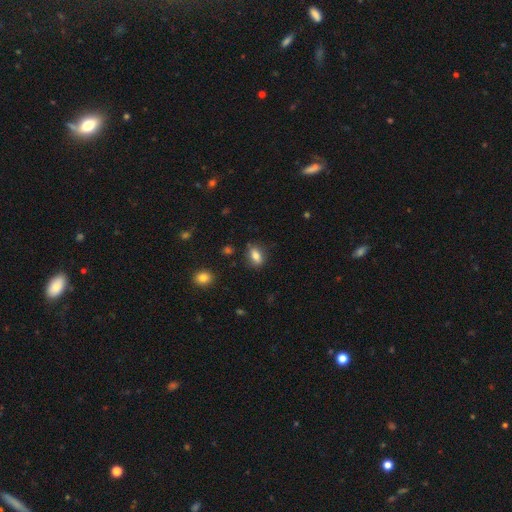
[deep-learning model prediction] Q: Smooth or featured?
A: smooth (82%); runner-up: featured or disk (9%)
Q: How rounded?
A: in between (82%); runner-up: round (12%)
Q: Merging?
A: none (82%); runner-up: minor disturbance (13%)